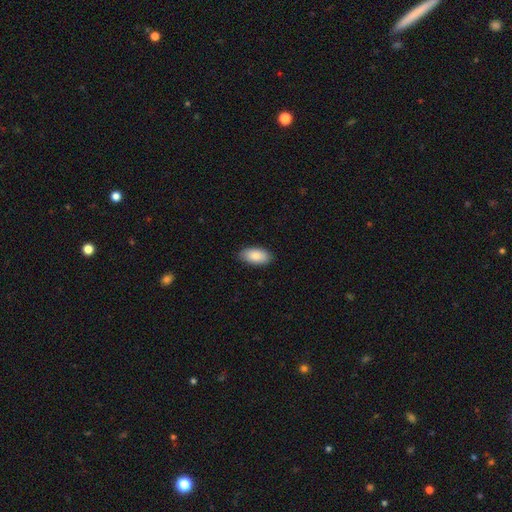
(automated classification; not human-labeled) Smooth or featured?
  - smooth: 87% *
  - featured or disk: 7%
  - star or artifact: 6%
How rounded?
  - in between: 95% *
  - cigar-shaped: 3%
  - round: 2%
Merging?
  - none: 87% *
  - minor disturbance: 10%
  - major disturbance: 2%
  - merger: 1%